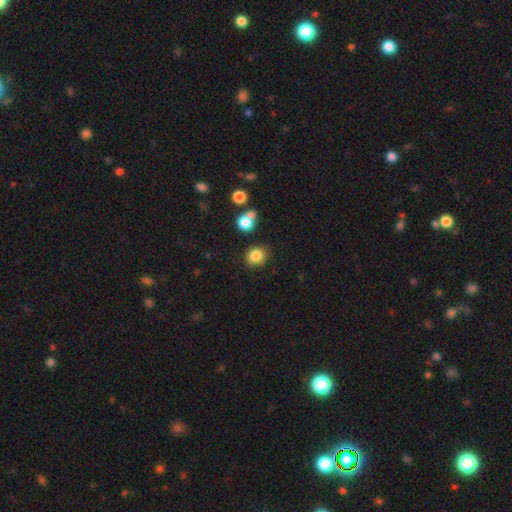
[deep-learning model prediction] Morphology: type=smooth (84%); roundness=round (68%); merging=none (78%).